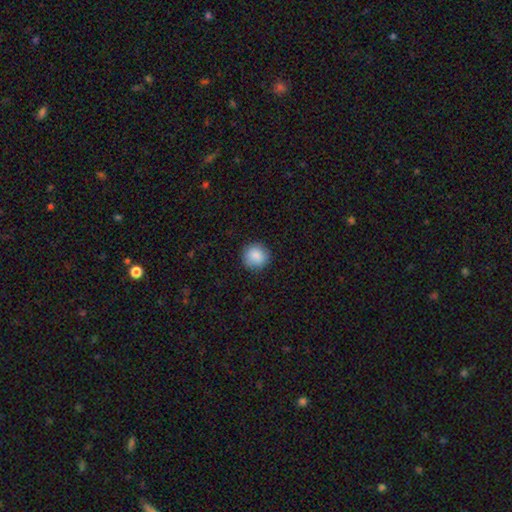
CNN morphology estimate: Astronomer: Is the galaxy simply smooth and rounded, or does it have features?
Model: smooth — 88%.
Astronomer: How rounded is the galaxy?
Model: round — 93%.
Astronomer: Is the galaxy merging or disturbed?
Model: none — 89%.